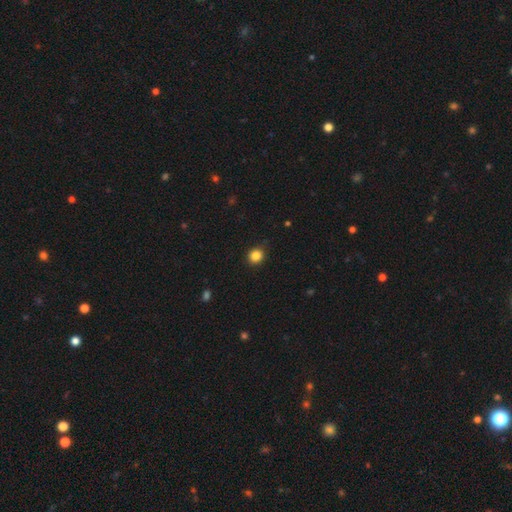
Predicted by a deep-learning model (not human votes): This appears to be a smooth galaxy with no disk features (85%) that is round (85%). Merging: none (88%).